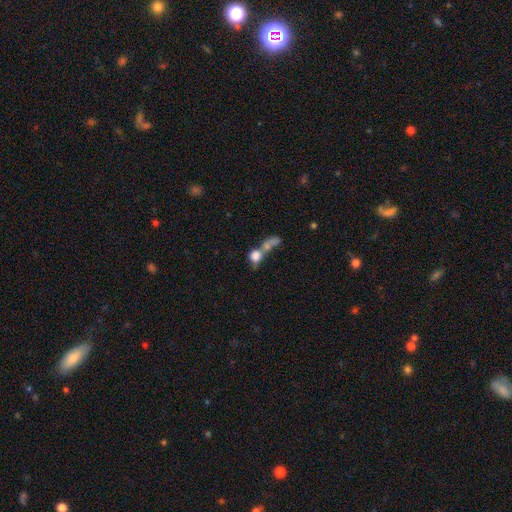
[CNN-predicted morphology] The model was most divided on "how rounded": round: 61%, in between: 32%, cigar-shaped: 7%. More confident: smooth or featured — smooth (70%); merging — merger (60%).